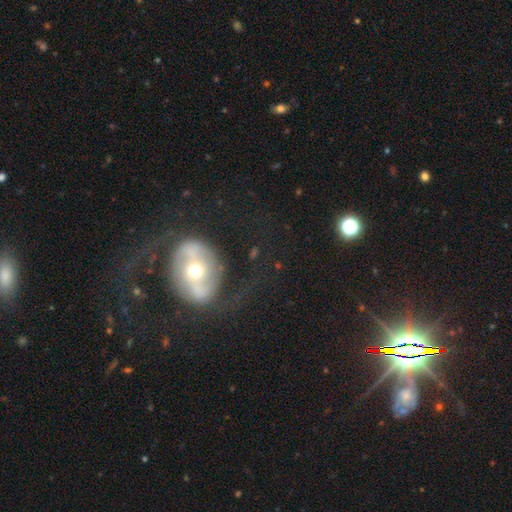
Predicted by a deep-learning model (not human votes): Smooth or featured? featured or disk (70%)
Edge-on disk? no (94%)
Bar? no (45%)
Spiral arms? yes (68%)
Bulge size? moderate (62%)
Merging? none (69%)